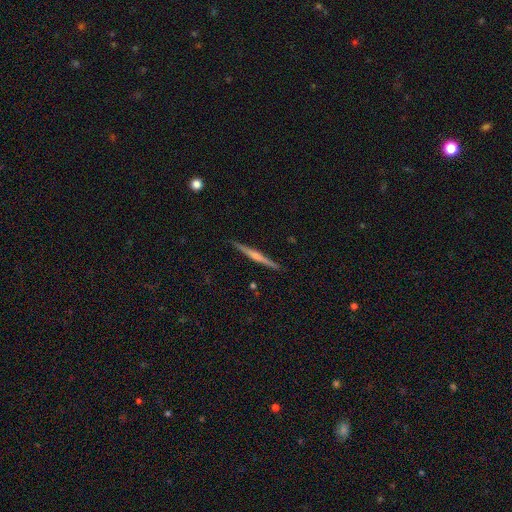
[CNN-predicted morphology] smooth-or-featured: featured or disk: 78% | smooth: 17% | star or artifact: 5%
  disk-edge-on: yes: 99% | no: 1%
    edge-on-bulge: rounded: 76% | none: 15% | boxy: 9%
  merging: none: 92% | minor disturbance: 5% | major disturbance: 1% | merger: 1%